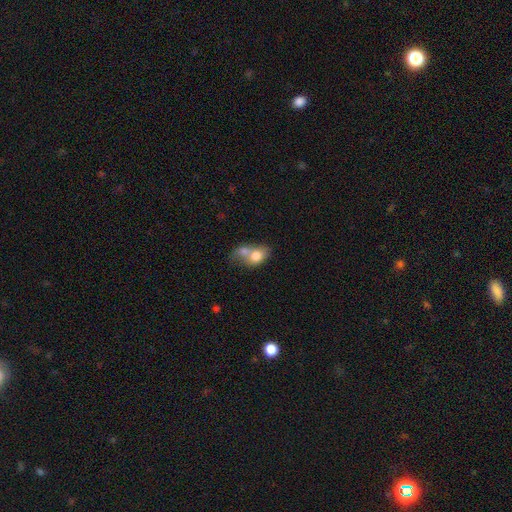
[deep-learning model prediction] A smooth galaxy with no disk features (72%) that is in between round and cigar-shaped (63%).

Vote fractions:
- Smooth or featured? smooth: 72% / featured or disk: 20% / star or artifact: 8%
- How rounded? in between: 63% / round: 35% / cigar-shaped: 2%
- Merging? merger: 69% / none: 16% / minor disturbance: 9% / major disturbance: 7%